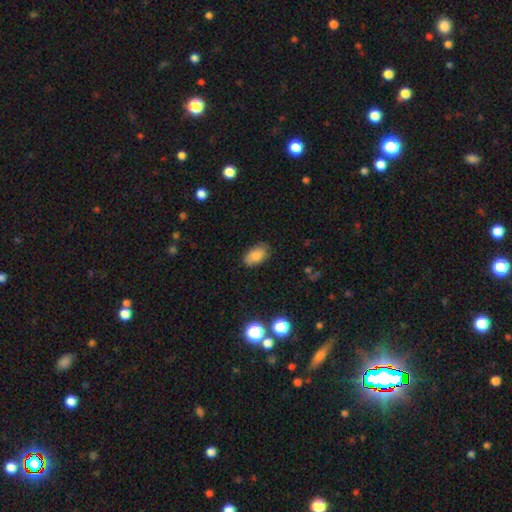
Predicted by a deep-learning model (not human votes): A smooth galaxy with no disk features (83%) that is in between round and cigar-shaped (92%). Merging: none (81%).